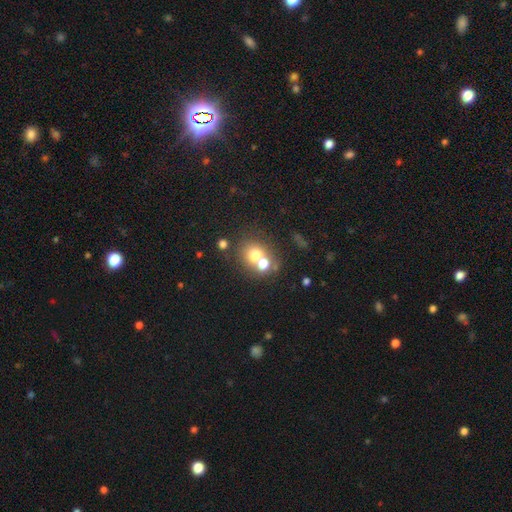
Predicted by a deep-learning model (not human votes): Q: Smooth or featured?
A: smooth (67%); runner-up: featured or disk (19%)
Q: How rounded?
A: round (76%); runner-up: in between (23%)
Q: Merging?
A: merger (48%); runner-up: none (40%)